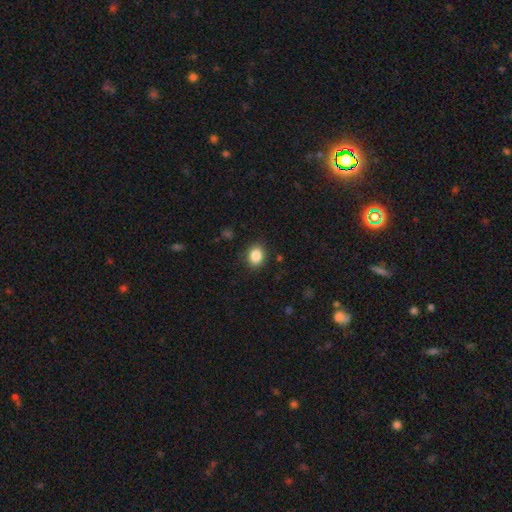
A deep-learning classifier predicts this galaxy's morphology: type=smooth (87%); roundness=round (51%); merging=none (87%).